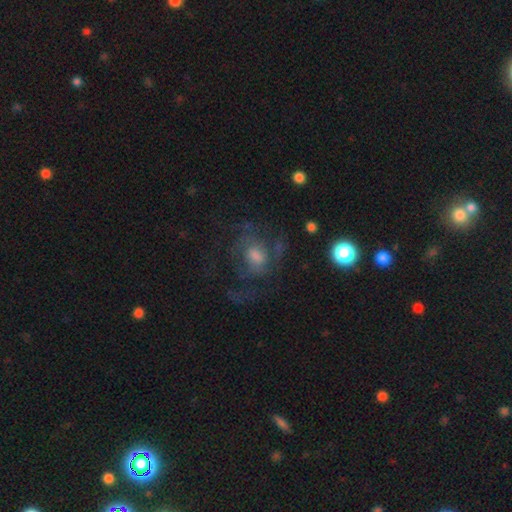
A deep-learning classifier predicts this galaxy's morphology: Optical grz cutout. It shows a featured or disk galaxy (58%) with no bar (63%), spiral arms (71%) and a moderate central bulge (48%). Merging: none (47%).